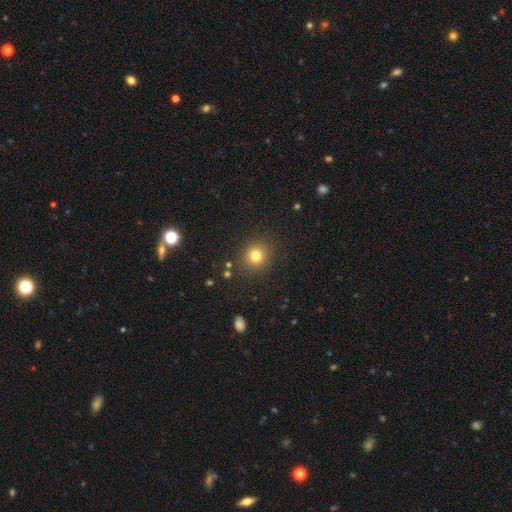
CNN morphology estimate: A smooth galaxy with no disk features (79%) that is round (88%). Merging: none (88%).